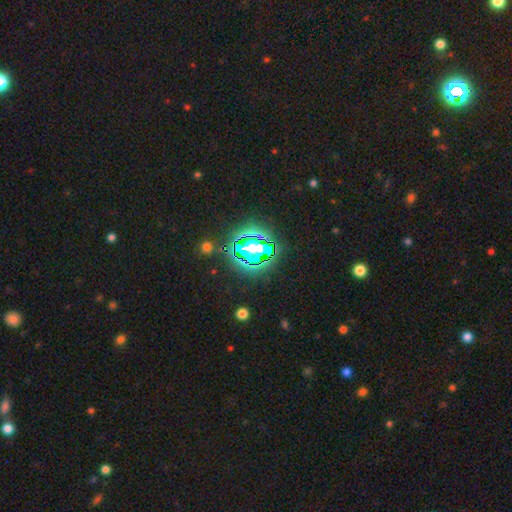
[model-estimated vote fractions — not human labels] Q: Smooth or featured?
A: star or artifact (73%); runner-up: smooth (15%)